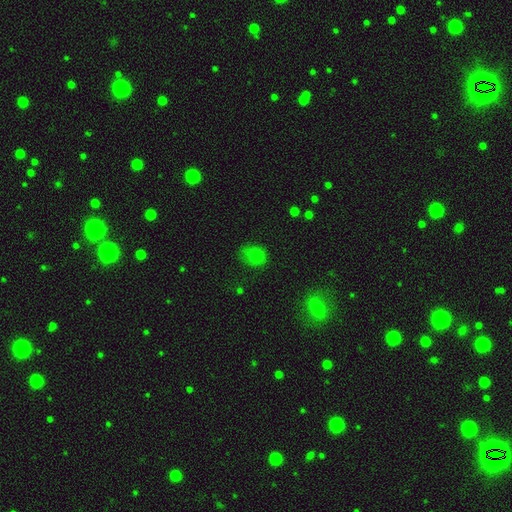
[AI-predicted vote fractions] smooth-or-featured: smooth: 75% | star or artifact: 15% | featured or disk: 10%
  how-rounded: round: 57% | in between: 42% | cigar-shaped: 1%
  merging: none: 67% | minor disturbance: 23% | major disturbance: 7% | merger: 2%